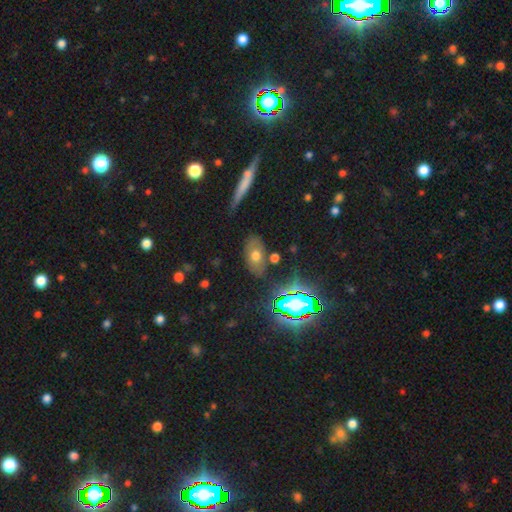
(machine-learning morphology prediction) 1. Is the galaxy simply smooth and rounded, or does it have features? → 59% smooth, 23% featured or disk, 18% star or artifact.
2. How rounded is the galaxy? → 88% in between, 9% round, 3% cigar-shaped.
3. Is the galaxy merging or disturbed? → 72% none, 16% minor disturbance, 6% merger, 6% major disturbance.